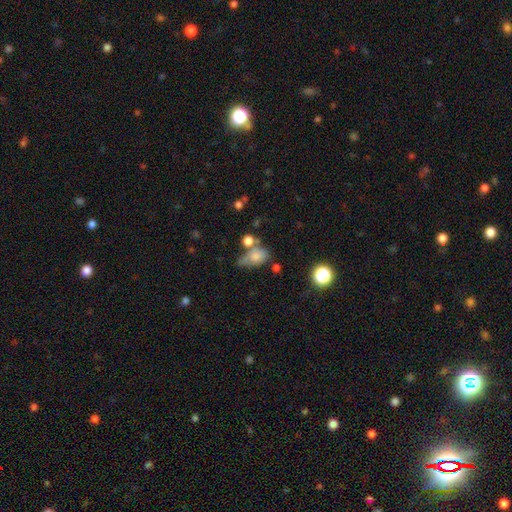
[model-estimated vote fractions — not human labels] A smooth galaxy with no disk features (72%) that is in between round and cigar-shaped (77%). Merging: none (33%).